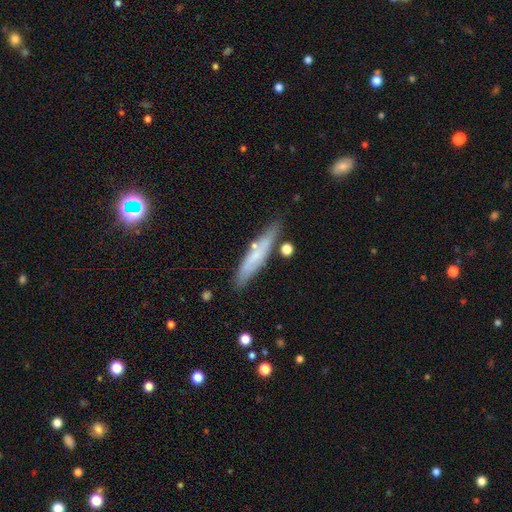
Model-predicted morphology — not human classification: Smooth or featured: smooth — 55% (featured or disk — 37%)
How rounded: cigar-shaped — 86% (in between — 12%)
Merging: none — 78% (minor disturbance — 15%)